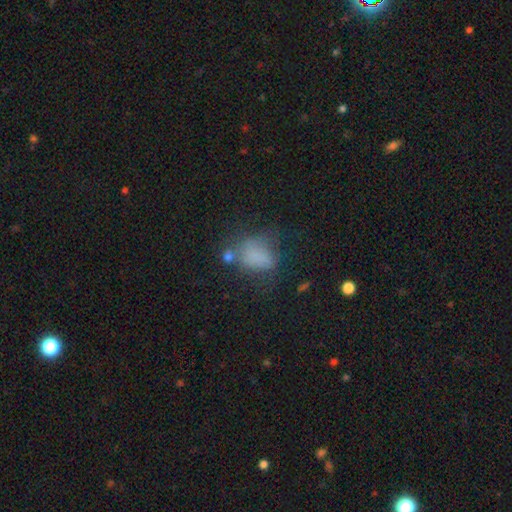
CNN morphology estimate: The model was most divided on "merging": none: 37%, minor disturbance: 27%, major disturbance: 26%, merger: 10%. More confident: how rounded — in between (75%); smooth or featured — smooth (67%).